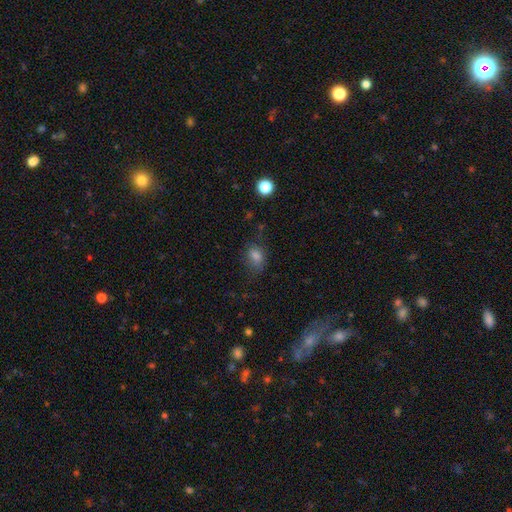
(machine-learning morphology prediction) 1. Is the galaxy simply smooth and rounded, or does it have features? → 73% smooth, 15% star or artifact, 12% featured or disk.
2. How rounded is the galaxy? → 70% in between, 28% round, 2% cigar-shaped.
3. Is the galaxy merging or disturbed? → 62% none, 23% minor disturbance, 12% major disturbance, 2% merger.